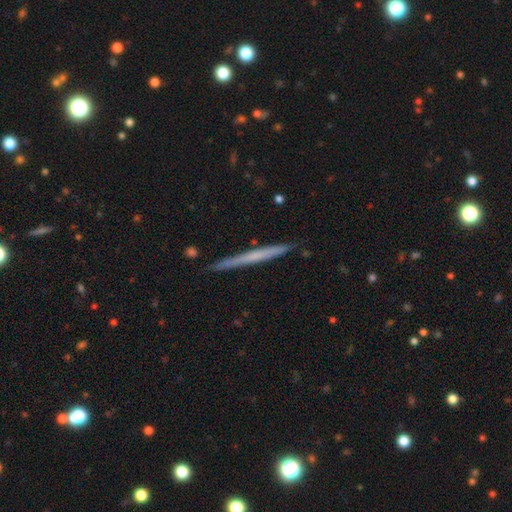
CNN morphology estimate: Q: Smooth or featured?
A: featured or disk (49%); runner-up: smooth (45%)
Q: Merging?
A: none (90%); runner-up: minor disturbance (8%)